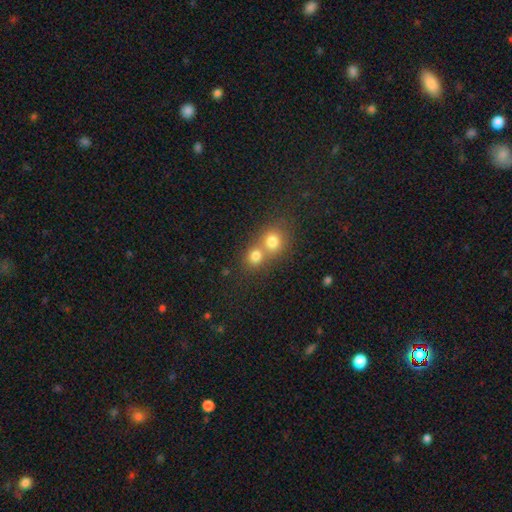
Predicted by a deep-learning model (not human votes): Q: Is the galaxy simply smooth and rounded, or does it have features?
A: smooth — 77%.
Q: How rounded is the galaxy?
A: round — 80%.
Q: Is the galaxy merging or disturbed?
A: merger — 55%.